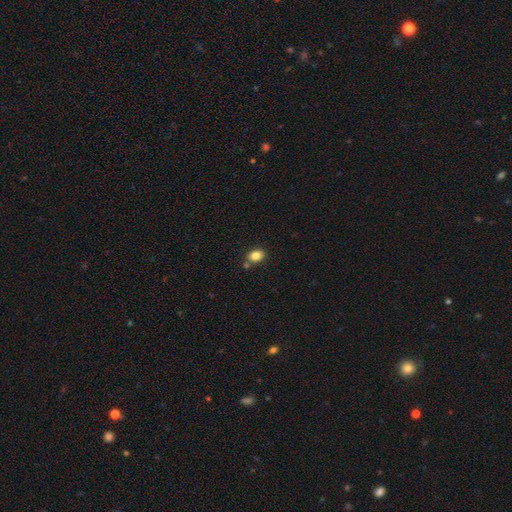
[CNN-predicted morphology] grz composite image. It shows a smooth galaxy with no disk features (84%) that is in between round and cigar-shaped (70%). Merging: none (73%).